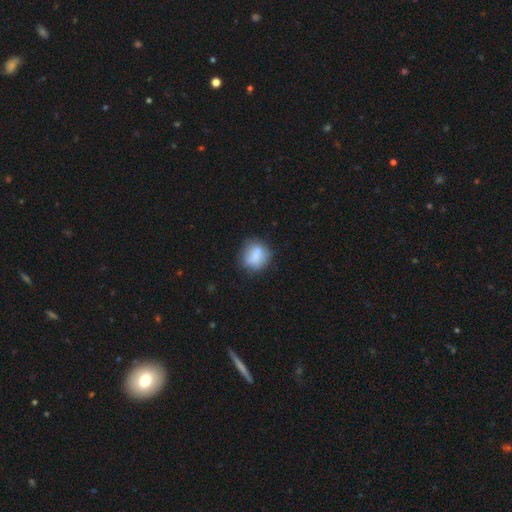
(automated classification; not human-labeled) Smooth or featured? smooth (74%)
How rounded? round (70%)
Merging? none (62%)